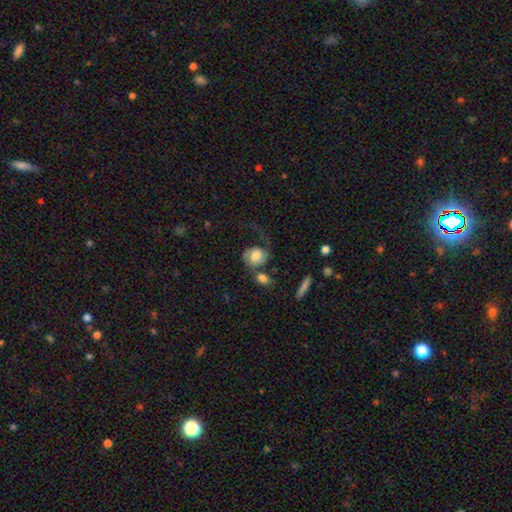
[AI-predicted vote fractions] Morphology: type=featured or disk (48%); merging=major disturbance (34%).